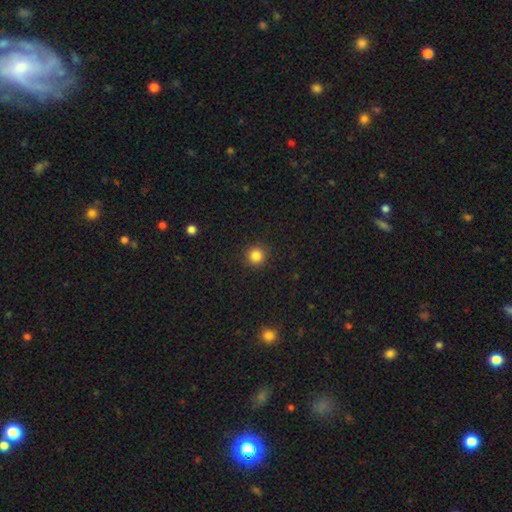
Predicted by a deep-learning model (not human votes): The model was most divided on "smooth or featured": smooth: 84%, star or artifact: 11%, featured or disk: 4%. More confident: how rounded — round (94%); merging — none (91%).